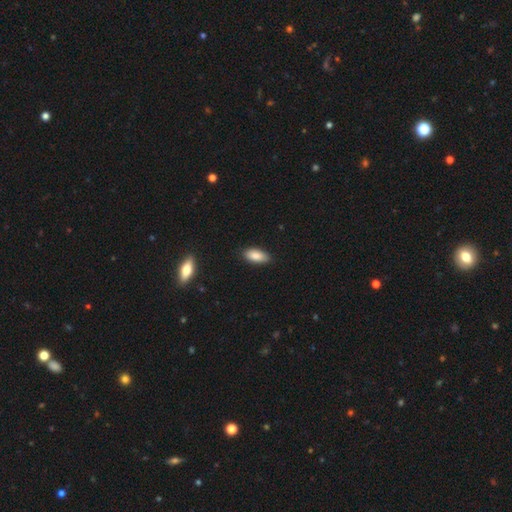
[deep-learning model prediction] A smooth galaxy with no disk features (86%) that is in between round and cigar-shaped (89%).

Vote fractions:
- Smooth or featured? smooth: 86% / featured or disk: 7% / star or artifact: 7%
- How rounded? in between: 89% / cigar-shaped: 9% / round: 2%
- Merging? none: 84% / minor disturbance: 13% / major disturbance: 2% / merger: 1%